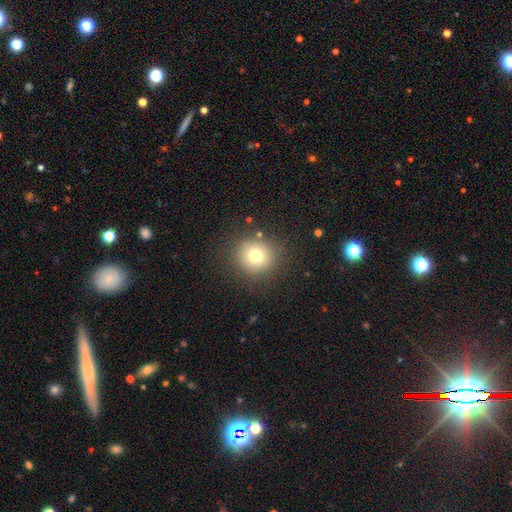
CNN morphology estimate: Smooth or featured: smooth — 75% (star or artifact — 14%)
How rounded: round — 90% (in between — 9%)
Merging: none — 86% (minor disturbance — 9%)